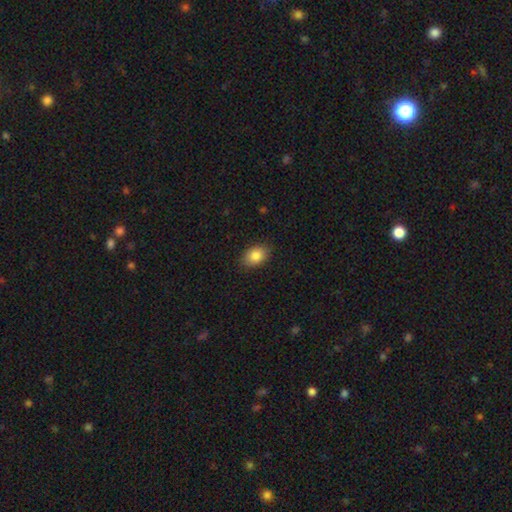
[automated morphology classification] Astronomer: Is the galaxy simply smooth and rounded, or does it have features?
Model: smooth — 84%.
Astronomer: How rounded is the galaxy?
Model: in between — 82%.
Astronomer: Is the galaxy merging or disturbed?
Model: none — 87%.